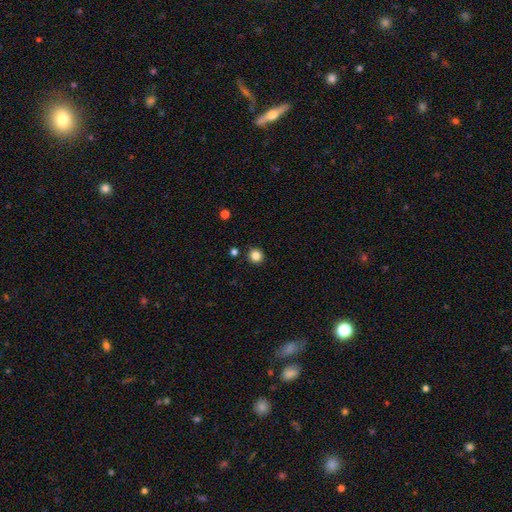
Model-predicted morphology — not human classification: smooth-or-featured: smooth: 84% | star or artifact: 12% | featured or disk: 4%
  how-rounded: round: 92% | in between: 7% | cigar-shaped: 1%
  merging: none: 90% | minor disturbance: 6% | merger: 2% | major disturbance: 2%